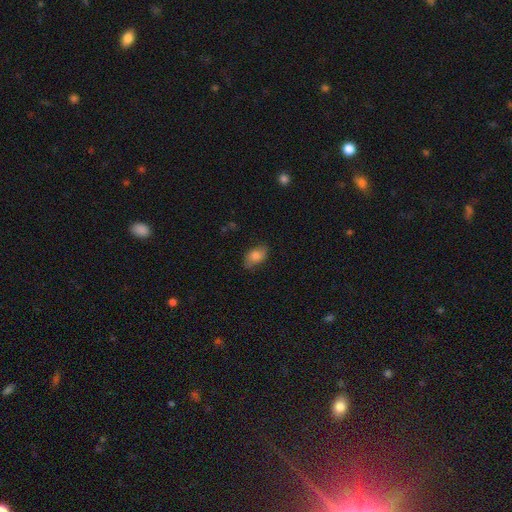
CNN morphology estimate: The model was most divided on "merging": none: 78%, minor disturbance: 17%, major disturbance: 4%, merger: 1%. More confident: how rounded — in between (89%); smooth or featured — smooth (77%).